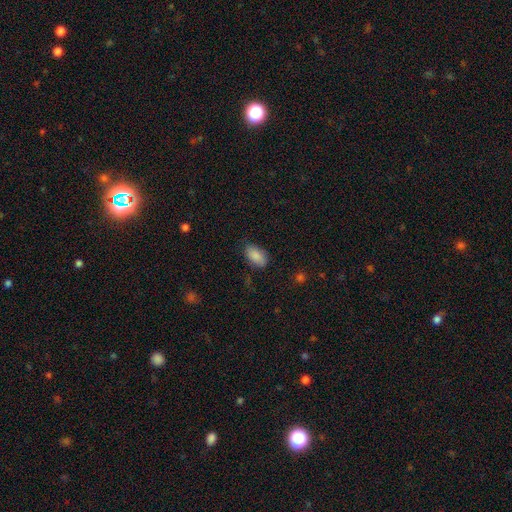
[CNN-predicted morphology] Smooth or featured? smooth (87%)
How rounded? in between (93%)
Merging? none (75%)